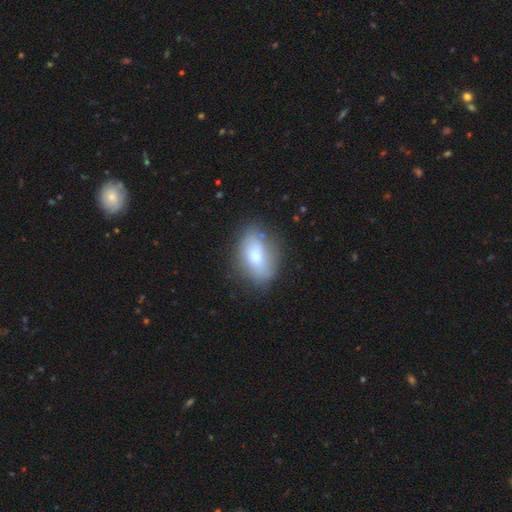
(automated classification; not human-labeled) A smooth galaxy with no disk features (72%) that is in between round and cigar-shaped (87%).

Vote fractions:
- Smooth or featured? smooth: 72% / featured or disk: 20% / star or artifact: 8%
- How rounded? in between: 87% / round: 9% / cigar-shaped: 4%
- Merging? none: 68% / minor disturbance: 22% / major disturbance: 7% / merger: 3%